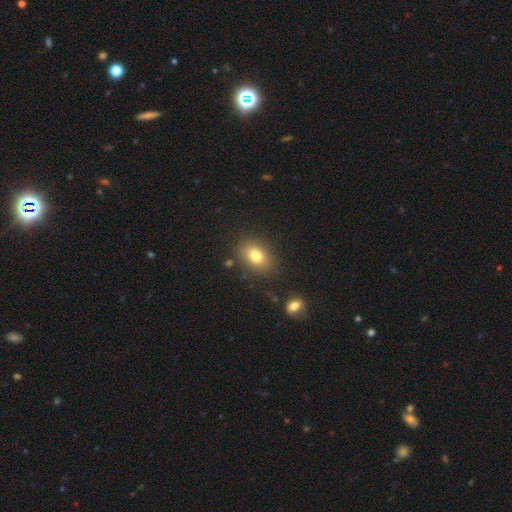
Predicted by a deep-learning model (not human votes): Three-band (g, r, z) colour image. It shows a smooth galaxy with no disk features (79%) that is in between round and cigar-shaped (74%). Merging: none (84%).